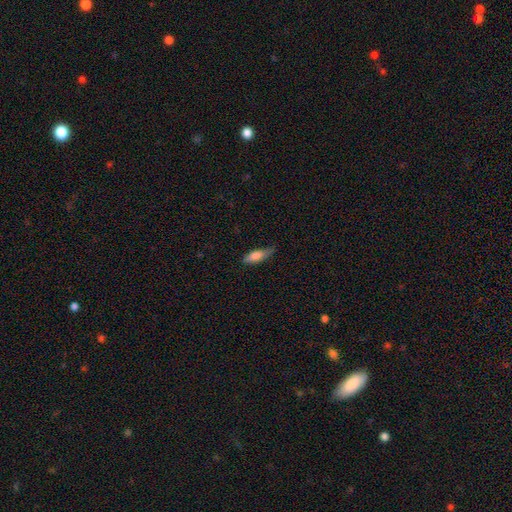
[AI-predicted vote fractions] Smooth or featured?
  - smooth: 78% *
  - featured or disk: 16%
  - star or artifact: 6%
How rounded?
  - in between: 59% *
  - cigar-shaped: 39%
  - round: 2%
Merging?
  - none: 59% *
  - minor disturbance: 33%
  - major disturbance: 6%
  - merger: 2%